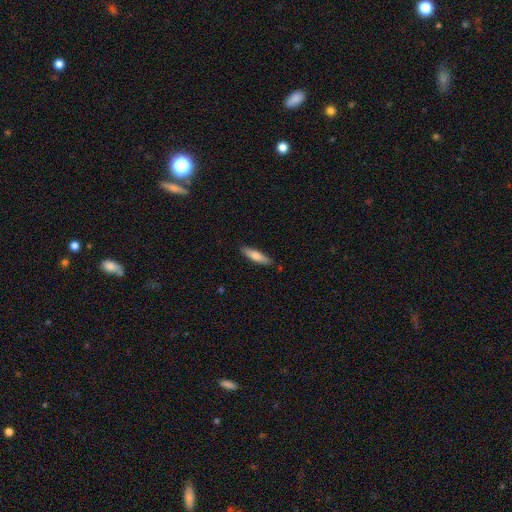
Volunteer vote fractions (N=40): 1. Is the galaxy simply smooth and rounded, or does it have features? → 68% smooth, 32% featured or disk, 0% star or artifact.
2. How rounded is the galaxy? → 89% cigar-shaped, 7% in between, 4% round.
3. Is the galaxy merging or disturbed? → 92% none, 8% minor disturbance, 0% major disturbance, 0% merger.